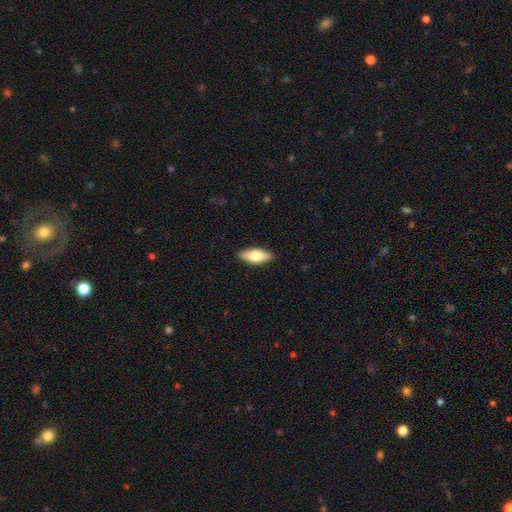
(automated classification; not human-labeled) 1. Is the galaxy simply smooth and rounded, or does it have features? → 70% smooth, 24% featured or disk, 6% star or artifact.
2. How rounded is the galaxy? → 77% in between, 21% cigar-shaped, 3% round.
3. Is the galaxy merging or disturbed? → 89% none, 8% minor disturbance, 2% major disturbance, 1% merger.